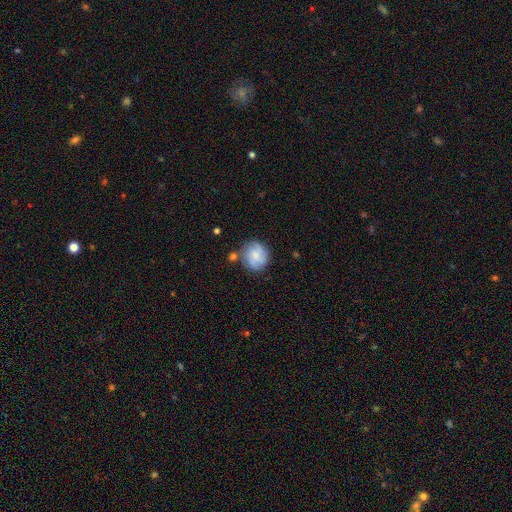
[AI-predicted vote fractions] A smooth galaxy with no disk features (54%) that is round (86%).

Vote fractions:
- Smooth or featured? smooth: 54% / featured or disk: 38% / star or artifact: 8%
- How rounded? round: 86% / in between: 13% / cigar-shaped: 1%
- Merging? none: 69% / minor disturbance: 17% / merger: 8% / major disturbance: 5%